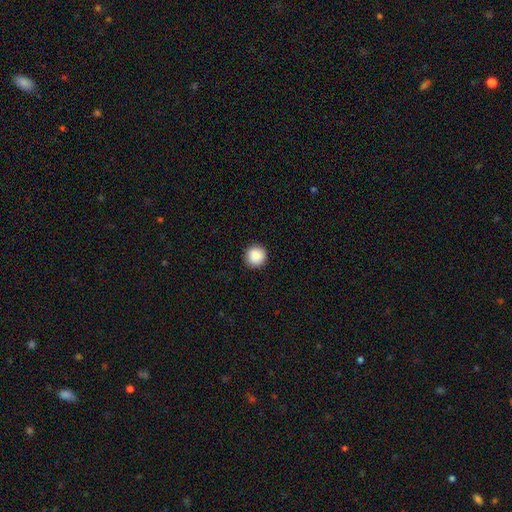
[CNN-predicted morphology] Smooth or featured?
  - smooth: 89% *
  - star or artifact: 8%
  - featured or disk: 3%
How rounded?
  - round: 95% *
  - in between: 4%
  - cigar-shaped: 1%
Merging?
  - none: 92% *
  - minor disturbance: 5%
  - major disturbance: 2%
  - merger: 1%